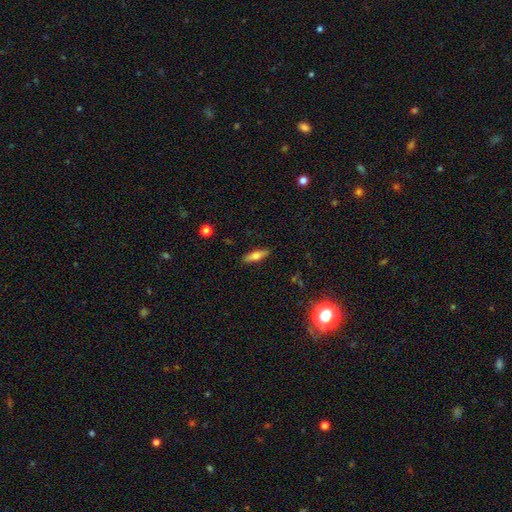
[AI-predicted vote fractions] Morphology: type=smooth (70%); roundness=cigar-shaped (54%); merging=none (88%).